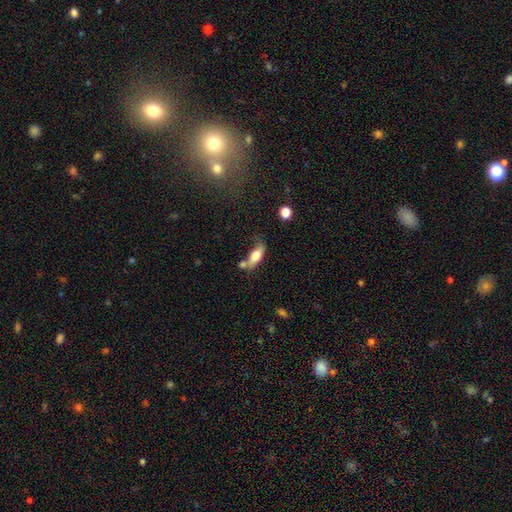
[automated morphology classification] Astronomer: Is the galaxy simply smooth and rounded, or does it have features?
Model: smooth — 68%.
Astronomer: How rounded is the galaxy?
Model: in between — 73%.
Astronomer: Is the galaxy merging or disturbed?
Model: none — 39% (runner-up: merger, 26%).